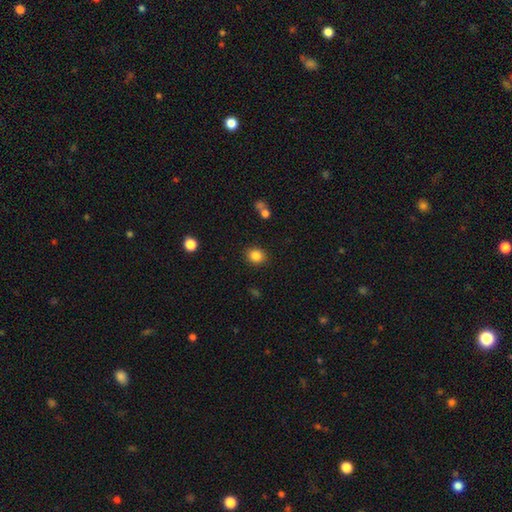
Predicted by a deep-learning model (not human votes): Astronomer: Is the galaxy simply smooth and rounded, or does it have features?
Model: smooth — 85%.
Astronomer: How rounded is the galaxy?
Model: round — 72%.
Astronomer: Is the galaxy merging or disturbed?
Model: none — 88%.